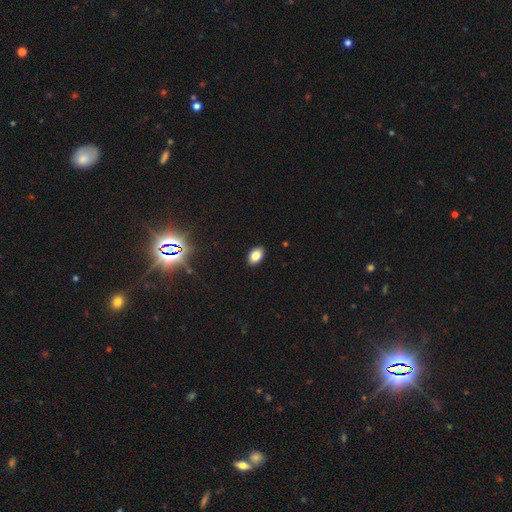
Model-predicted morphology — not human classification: type=smooth (83%); roundness=in between (90%); merging=none (90%).